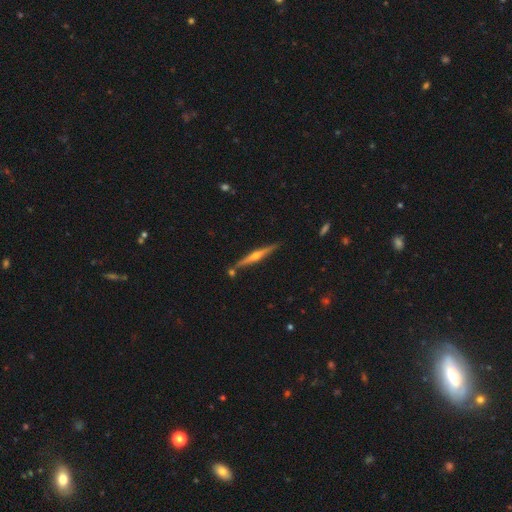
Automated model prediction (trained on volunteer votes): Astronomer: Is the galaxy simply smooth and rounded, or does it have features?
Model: featured or disk — 76%.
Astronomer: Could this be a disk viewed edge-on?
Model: yes — 98%.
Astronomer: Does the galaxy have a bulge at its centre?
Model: rounded — 90%.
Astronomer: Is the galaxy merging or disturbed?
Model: none — 85%.